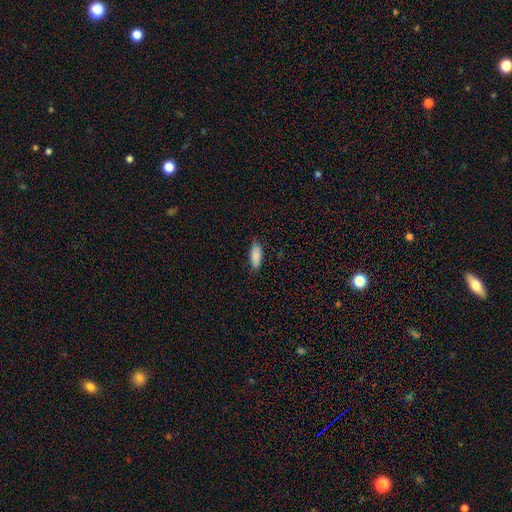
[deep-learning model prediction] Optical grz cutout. It shows a smooth galaxy with no disk features (87%) that is in between round and cigar-shaped (70%). Merging: none (79%).